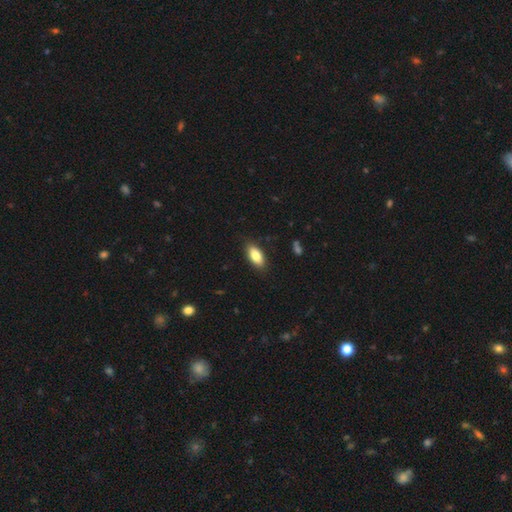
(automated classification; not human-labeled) Overall: smooth (83%). How rounded: in between (87%). Merging: none (86%).